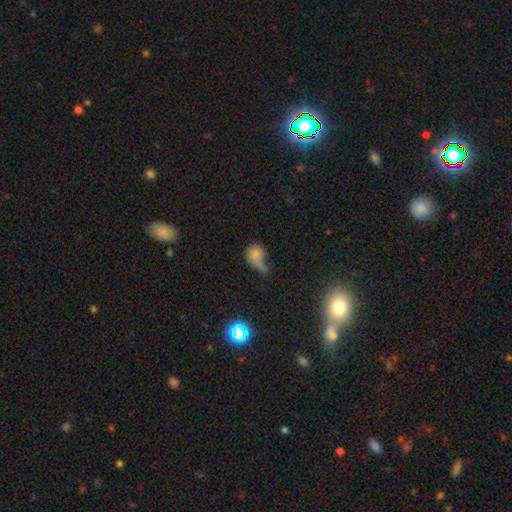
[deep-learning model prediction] Smooth or featured? smooth (66%)
How rounded? round (49%)
Merging? major disturbance (39%)